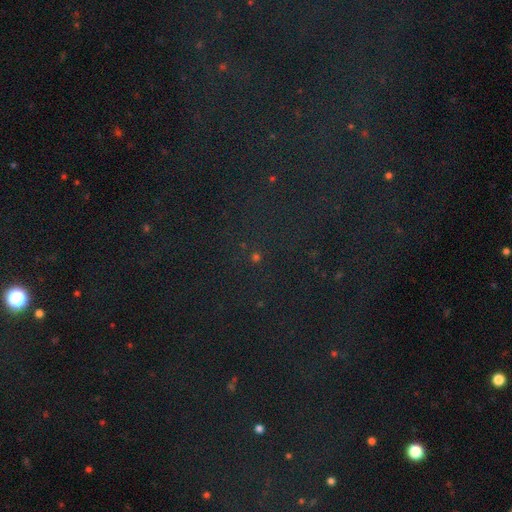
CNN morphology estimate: The model was most divided on "smooth or featured": star or artifact: 79%, smooth: 14%, featured or disk: 7%.